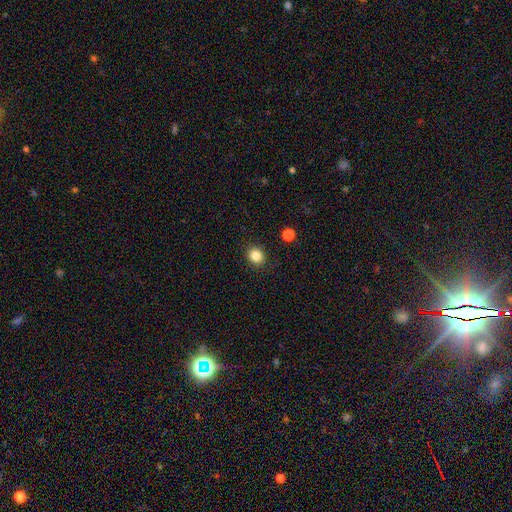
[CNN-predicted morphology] A smooth galaxy with no disk features (84%) that is round (79%). Merging: none (89%).